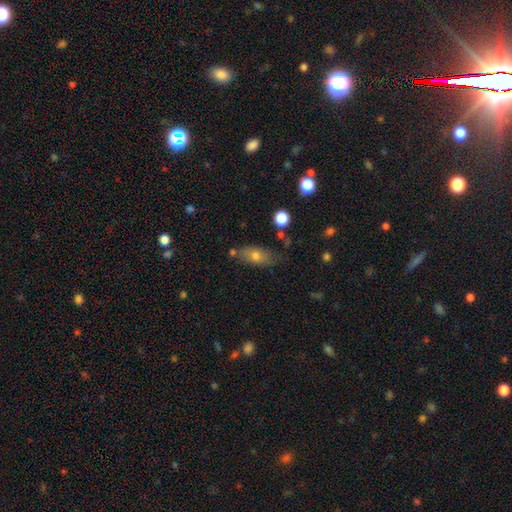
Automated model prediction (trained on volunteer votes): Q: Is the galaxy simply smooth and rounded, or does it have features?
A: smooth — 71%.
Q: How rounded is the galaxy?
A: in between — 81%.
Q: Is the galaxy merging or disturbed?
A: none — 65%.